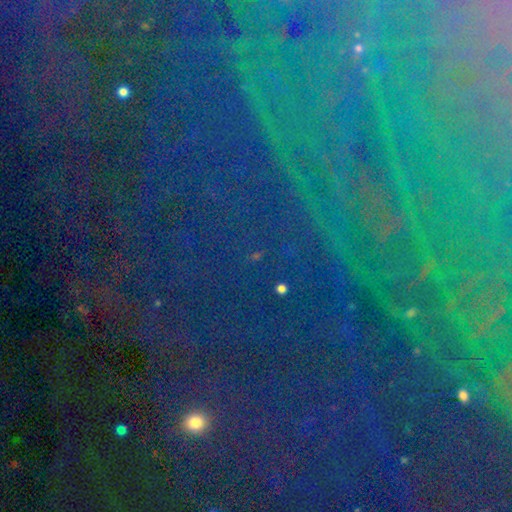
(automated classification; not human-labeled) This is likely a star or artifact rather than a galaxy (77%).